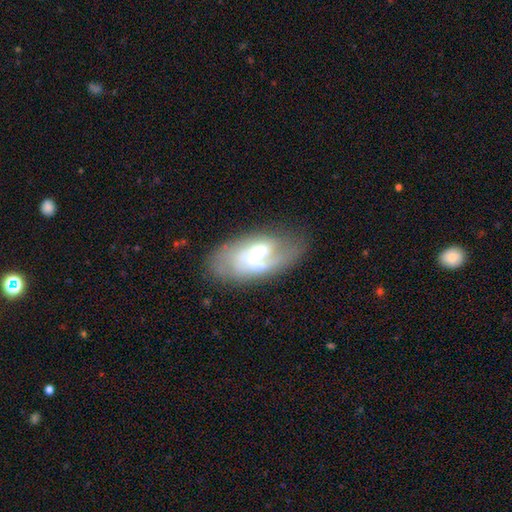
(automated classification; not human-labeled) This is likely a featured or disk galaxy (67%). It is clearly not viewed edge-on (94%). Bar: marginally weak (44%). Spiral arm pattern: likely yes (79%). Spiral arm count: possibly 1 (46%). Spiral winding: marginally medium (40%). Central bulge: marginally moderate (37%). Merging: possibly none (59%).